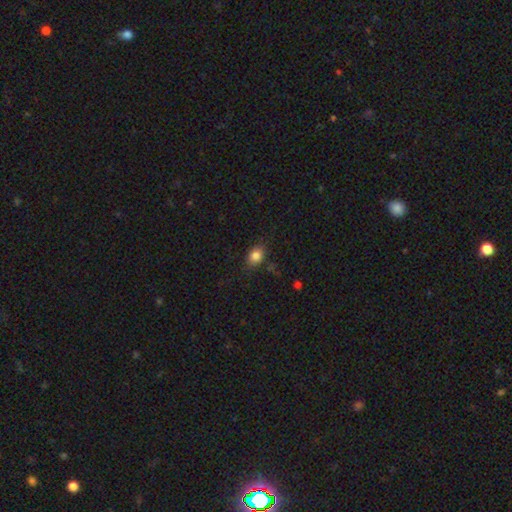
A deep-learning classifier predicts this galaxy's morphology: Smooth or featured?
  - smooth: 83% *
  - star or artifact: 10%
  - featured or disk: 6%
How rounded?
  - in between: 64% *
  - round: 35%
  - cigar-shaped: 1%
Merging?
  - none: 81% *
  - minor disturbance: 14%
  - major disturbance: 4%
  - merger: 2%